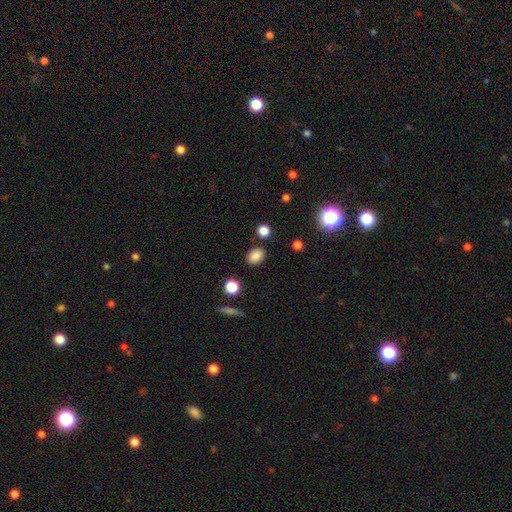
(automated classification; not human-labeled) Smooth or featured?
  - smooth: 85% *
  - star or artifact: 11%
  - featured or disk: 5%
How rounded?
  - in between: 72% *
  - round: 26%
  - cigar-shaped: 1%
Merging?
  - none: 84% *
  - minor disturbance: 9%
  - merger: 4%
  - major disturbance: 3%